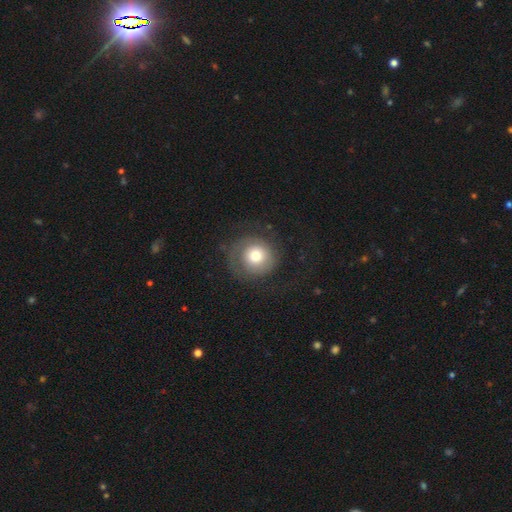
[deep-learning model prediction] The model was most divided on "smooth or featured": smooth: 61%, featured or disk: 29%, star or artifact: 9%. More confident: how rounded — round (92%); merging — none (65%).